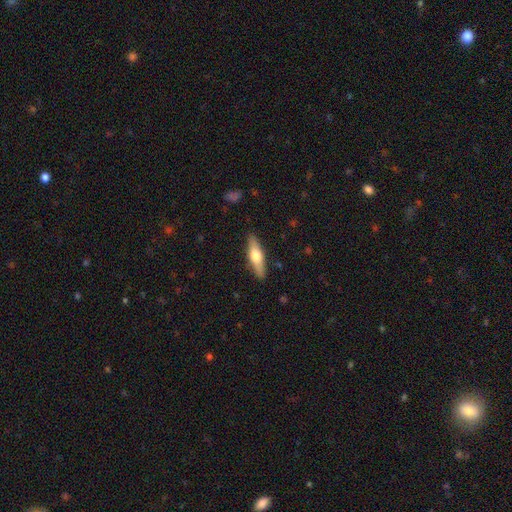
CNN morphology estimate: This is possibly a smooth galaxy (48%). Merging: clearly none (89%).